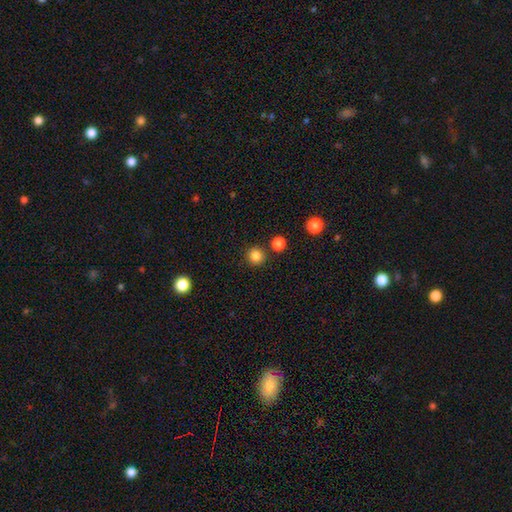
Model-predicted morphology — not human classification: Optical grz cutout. It shows a smooth galaxy with no disk features (84%) that is round (94%). Merging: none (87%).